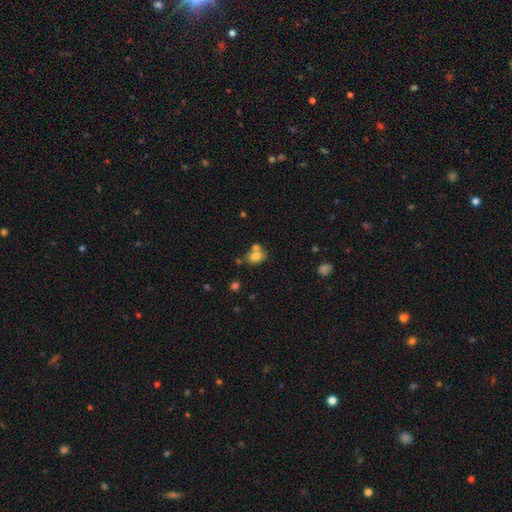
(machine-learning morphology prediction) Smooth or featured?
  - smooth: 75% *
  - featured or disk: 14%
  - star or artifact: 11%
How rounded?
  - in between: 53% *
  - round: 46%
  - cigar-shaped: 1%
Merging?
  - none: 48% *
  - merger: 35%
  - minor disturbance: 13%
  - major disturbance: 4%